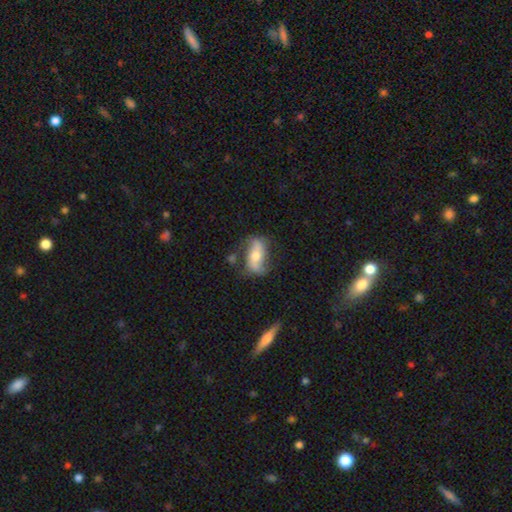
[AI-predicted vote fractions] A featured or disk galaxy (66%) with no bar (47%), 2 (89%) loose (70%) spiral arms (87%) and a moderate central bulge (59%). Merging: none (66%).